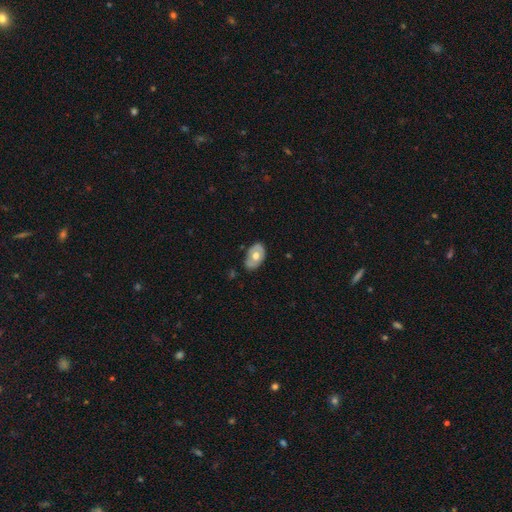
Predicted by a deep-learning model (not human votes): This appears to be a smooth galaxy with no disk features (50%) that is in between round and cigar-shaped (87%). Merging: none (72%).